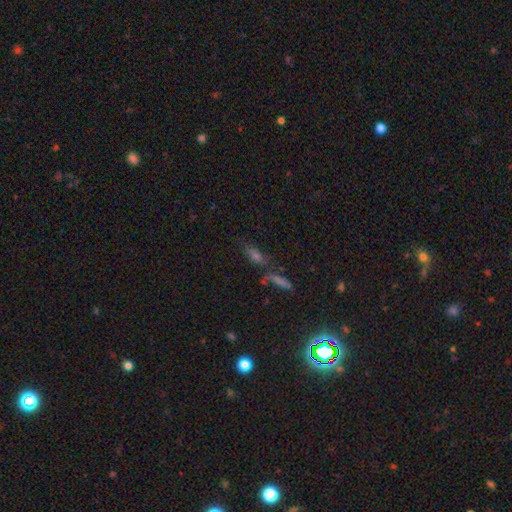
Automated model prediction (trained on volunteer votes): Overall: smooth (43%; star or artifact 37%). Merging: none (47%; merger 32%).